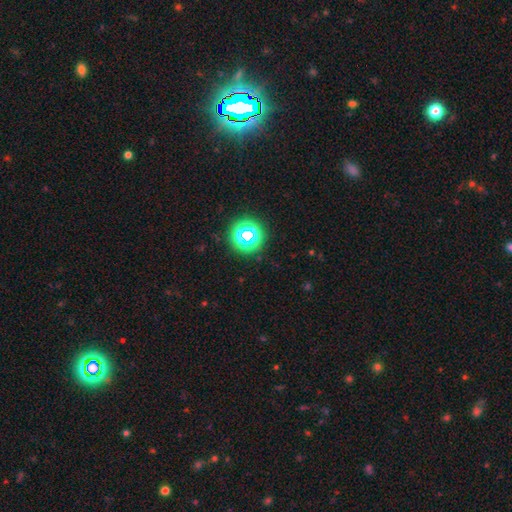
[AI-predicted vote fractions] A star or artifact, not a galaxy (70%).